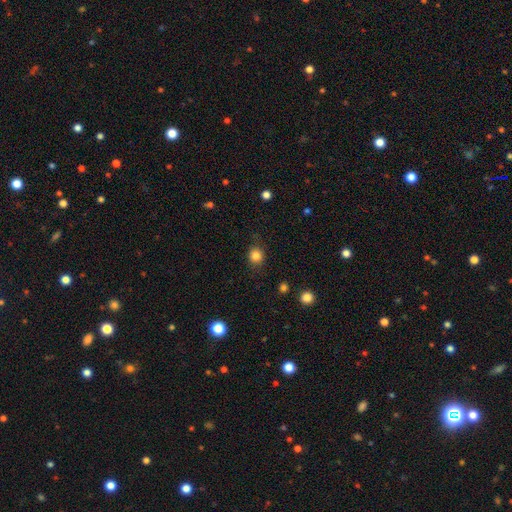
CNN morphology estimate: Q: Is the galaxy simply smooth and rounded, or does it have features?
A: smooth — 83%.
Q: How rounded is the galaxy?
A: round — 83%.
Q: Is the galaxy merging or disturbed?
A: none — 82%.